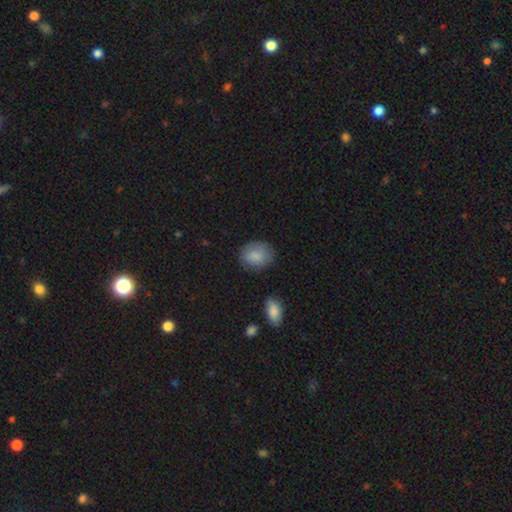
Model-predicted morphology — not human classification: smooth 86%, featured or disk 7%, star or artifact 7%. Down the decision tree: how rounded — round (54%); merging — none (78%).